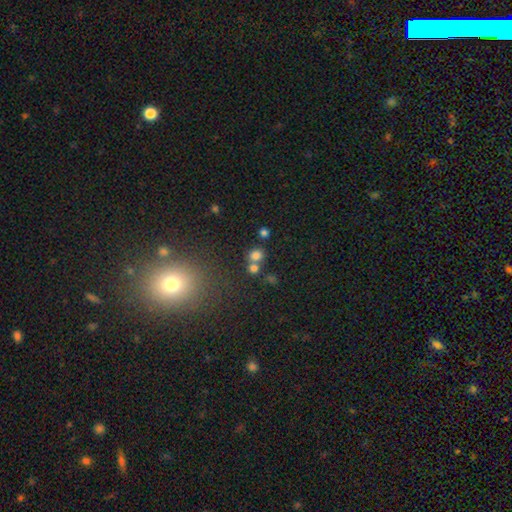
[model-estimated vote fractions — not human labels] Smooth or featured? Predicted: smooth (p=0.75). How rounded? Predicted: round (p=0.82). Merging? Predicted: none (p=0.57).